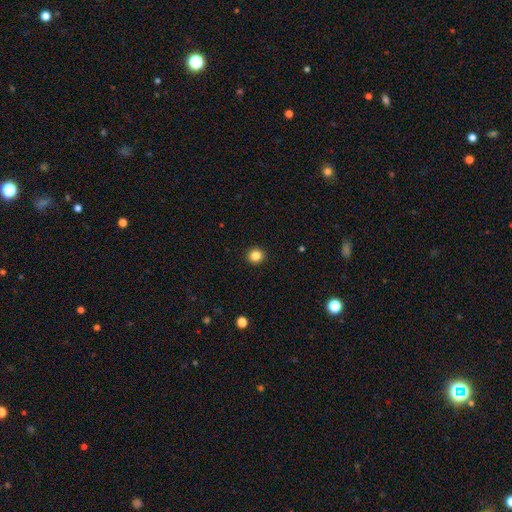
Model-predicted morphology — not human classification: A smooth galaxy with no disk features (84%) that is round (92%).

Vote fractions:
- Smooth or featured? smooth: 84% / star or artifact: 11% / featured or disk: 4%
- How rounded? round: 92% / in between: 7% / cigar-shaped: 1%
- Merging? none: 93% / minor disturbance: 4% / major disturbance: 1% / merger: 1%